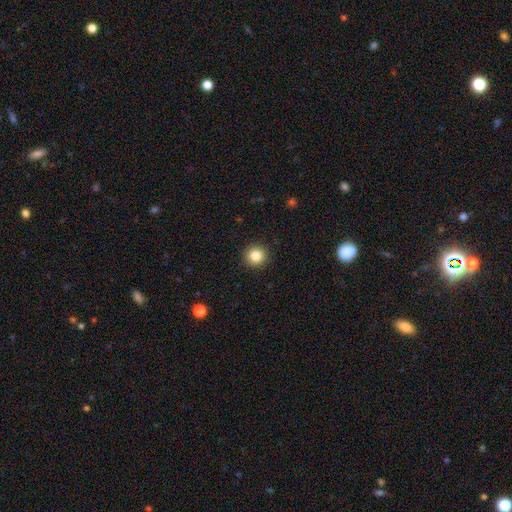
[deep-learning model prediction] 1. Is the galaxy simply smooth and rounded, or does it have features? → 83% smooth, 11% star or artifact, 6% featured or disk.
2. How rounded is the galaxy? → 95% round, 4% in between, 1% cigar-shaped.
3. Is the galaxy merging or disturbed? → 93% none, 5% minor disturbance, 2% major disturbance, 1% merger.